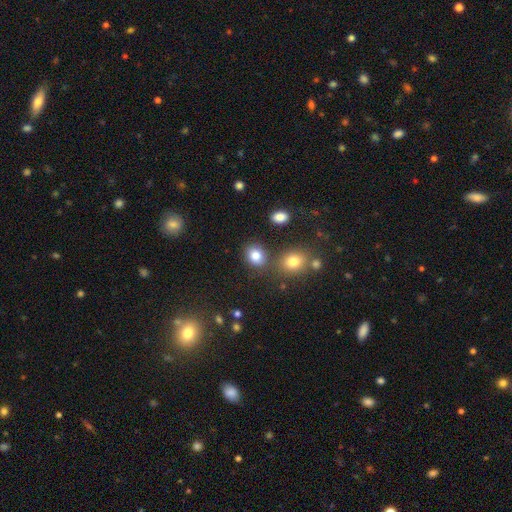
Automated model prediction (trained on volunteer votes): Overall: smooth (81%). How rounded: round (55%; in between 44%). Merging: none (75%).